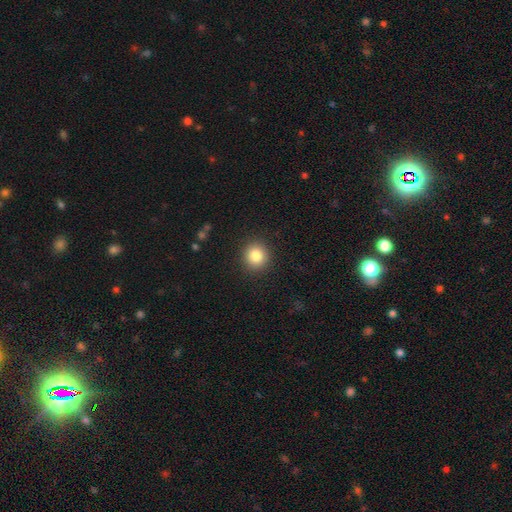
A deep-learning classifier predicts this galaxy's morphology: A smooth galaxy with no disk features (84%) that is round (90%).

Vote fractions:
- Smooth or featured? smooth: 84% / star or artifact: 10% / featured or disk: 6%
- How rounded? round: 90% / in between: 9% / cigar-shaped: 1%
- Merging? none: 91% / minor disturbance: 6% / major disturbance: 2% / merger: 1%